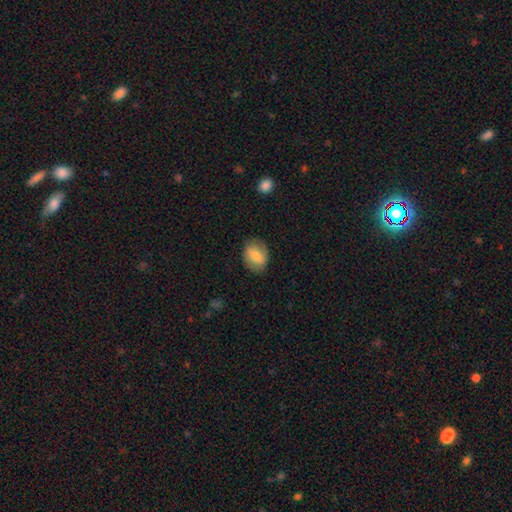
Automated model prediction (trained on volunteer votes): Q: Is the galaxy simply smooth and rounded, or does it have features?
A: smooth — 75%.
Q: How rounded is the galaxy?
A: in between — 61%.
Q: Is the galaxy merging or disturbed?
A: none — 81%.